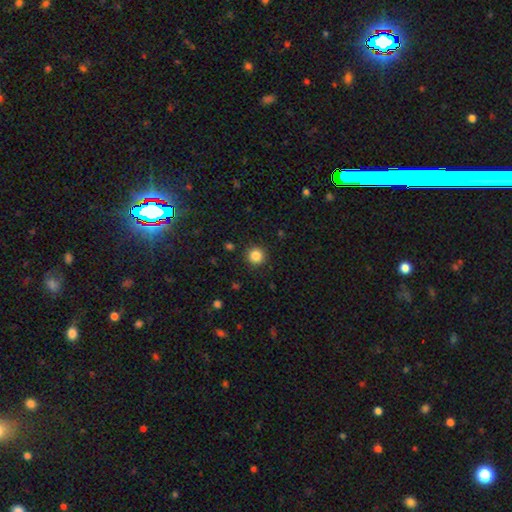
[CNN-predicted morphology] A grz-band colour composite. It shows a smooth galaxy with no disk features (85%) that is round (95%). Merging: none (92%).